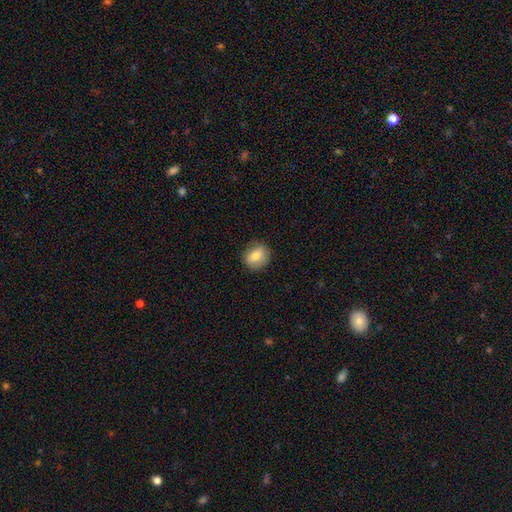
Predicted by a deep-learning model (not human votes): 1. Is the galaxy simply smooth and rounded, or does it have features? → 74% smooth, 18% featured or disk, 8% star or artifact.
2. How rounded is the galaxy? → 68% round, 30% in between, 1% cigar-shaped.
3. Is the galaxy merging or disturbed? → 84% none, 12% minor disturbance, 3% major disturbance, 1% merger.